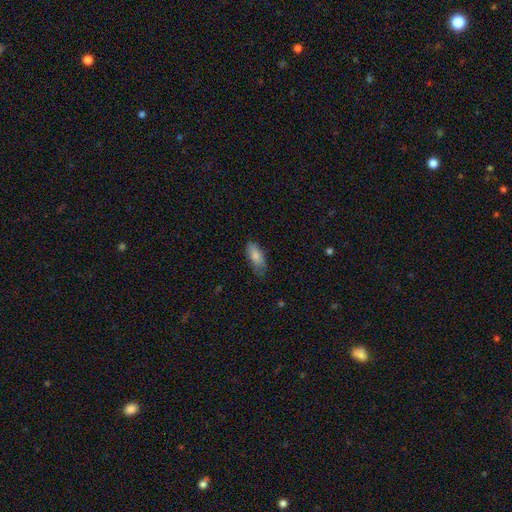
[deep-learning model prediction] This appears to be a smooth galaxy with no disk features (83%) that is in between round and cigar-shaped (83%). Merging: none (67%).